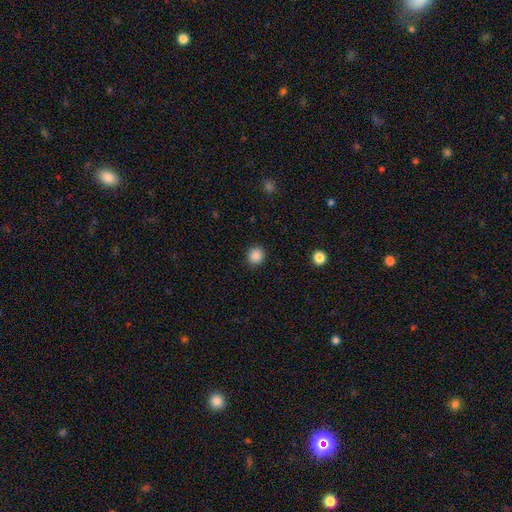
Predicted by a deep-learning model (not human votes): This is clearly a smooth galaxy (88%). How rounded: clearly round (87%). Merging: clearly none (91%).